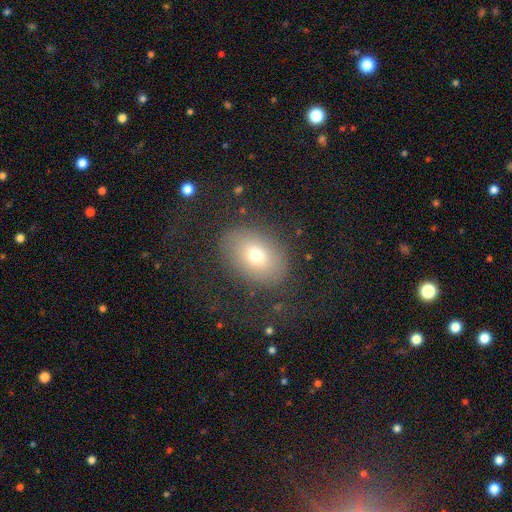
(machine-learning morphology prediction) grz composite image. It shows a smooth galaxy with no disk features (68%) that is in between round and cigar-shaped (73%). Merging: none (72%).